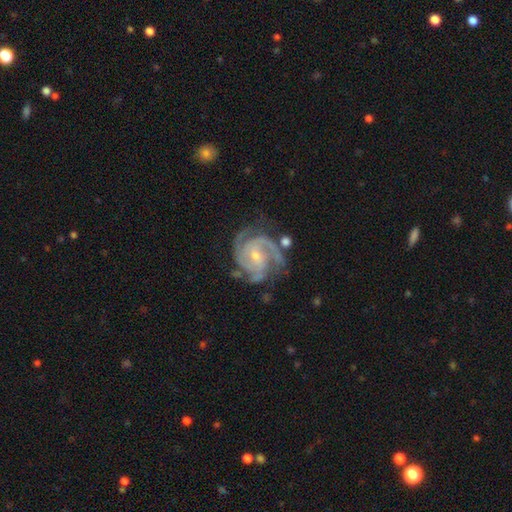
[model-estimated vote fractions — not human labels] smooth_or_featured: featured or disk (p=0.92) [alt: star or artifact p=0.05]
disk_edge_on: no (p=0.98) [alt: yes p=0.02]
bar: no (p=0.52) [alt: weak p=0.35]
has_spiral_arms: yes (p=0.99) [alt: no p=0.01]
spiral_winding: tight (p=0.62) [alt: medium p=0.34]
spiral_arm_count: 3 (p=0.52) [alt: 4 p=0.17]
bulge_size: small (p=0.65) [alt: moderate p=0.31]
merging: none (p=0.68) [alt: minor disturbance p=0.20]